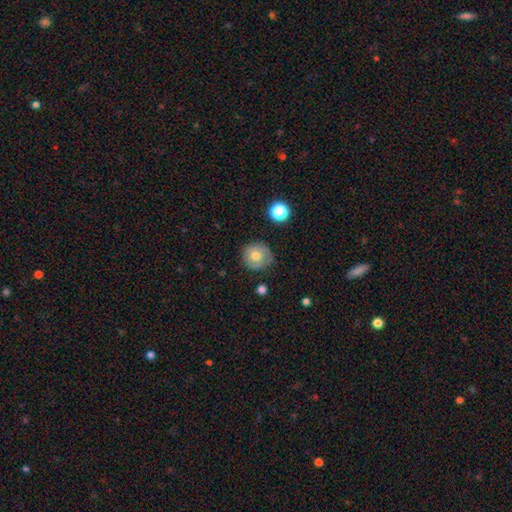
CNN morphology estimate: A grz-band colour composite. It shows a smooth galaxy with no disk features (69%) that is round (92%). Merging: none (78%).